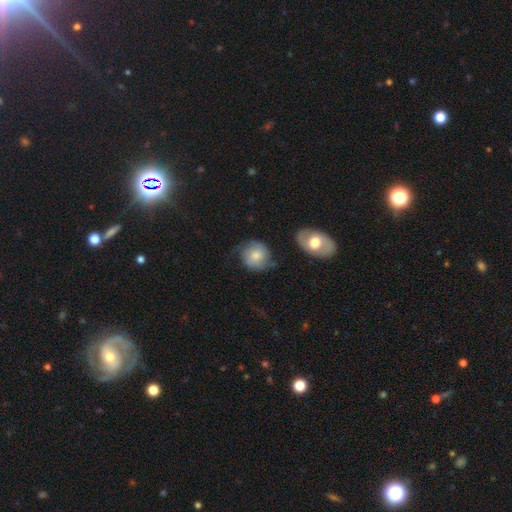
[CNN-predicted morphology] A smooth galaxy with no disk features (53%) that is round (81%). Merging: none (62%).